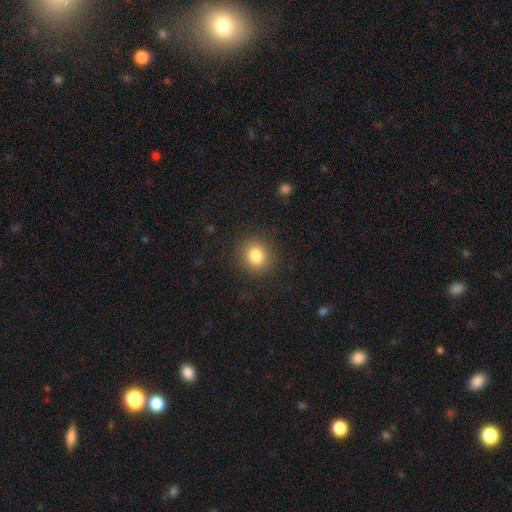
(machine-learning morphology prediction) The model was most divided on "how rounded": round: 83%, in between: 16%, cigar-shaped: 1%. More confident: merging — none (88%); smooth or featured — smooth (83%).